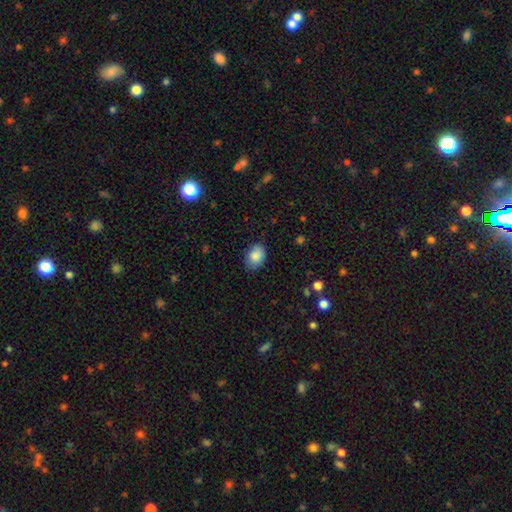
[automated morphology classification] The model was most divided on "how rounded": in between: 75%, round: 24%, cigar-shaped: 1%. More confident: smooth or featured — smooth (86%); merging — none (80%).